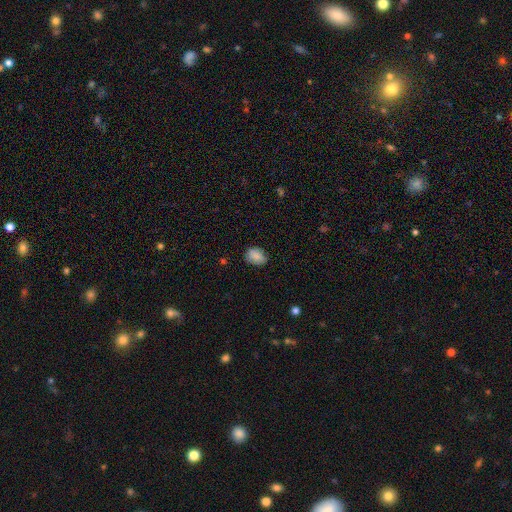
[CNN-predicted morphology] type=smooth (85%); roundness=in between (70%); merging=none (77%).